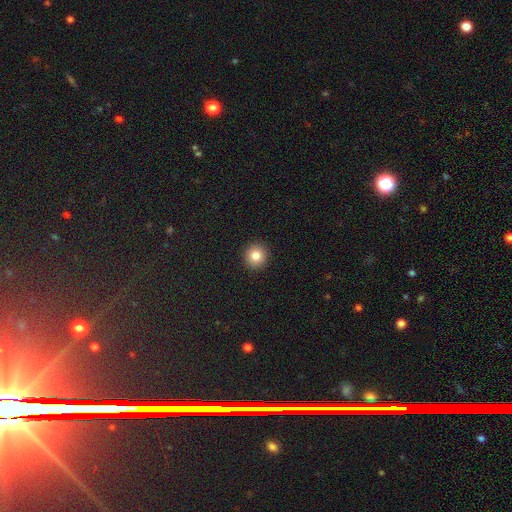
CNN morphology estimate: smooth_or_featured: smooth (p=0.83) [alt: star or artifact p=0.11]
how_rounded: round (p=0.93) [alt: in between p=0.06]
merging: none (p=0.93) [alt: minor disturbance p=0.04]